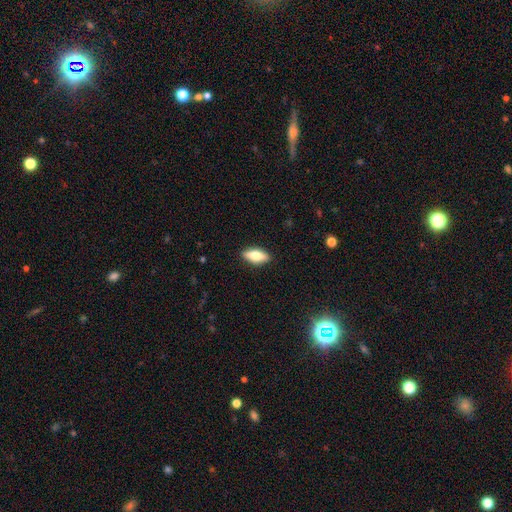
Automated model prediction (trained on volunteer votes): Smooth or featured?
  - smooth: 67% *
  - featured or disk: 26%
  - star or artifact: 6%
How rounded?
  - in between: 77% *
  - cigar-shaped: 20%
  - round: 3%
Merging?
  - none: 89% *
  - minor disturbance: 8%
  - major disturbance: 2%
  - merger: 1%